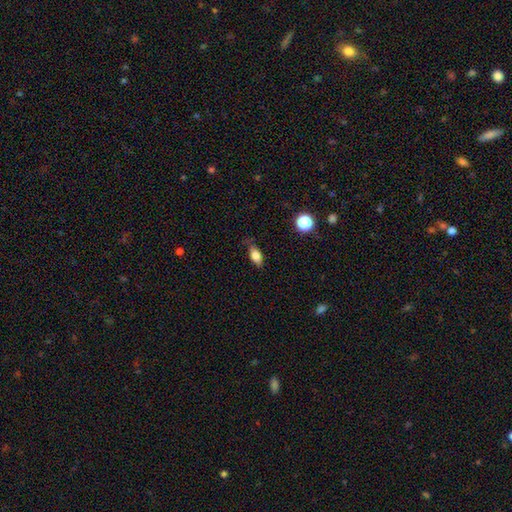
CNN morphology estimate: smooth 79%, featured or disk 12%, star or artifact 9%. Down the decision tree: how rounded — in between (83%); merging — none (70%).